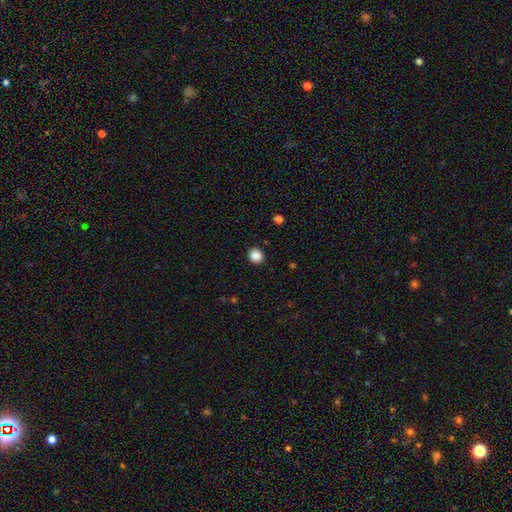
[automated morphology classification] The model was most divided on "how rounded": round: 86%, in between: 13%, cigar-shaped: 1%. More confident: merging — none (91%); smooth or featured — smooth (87%).